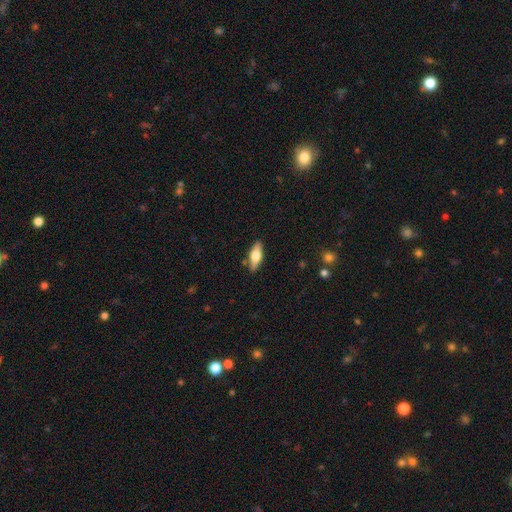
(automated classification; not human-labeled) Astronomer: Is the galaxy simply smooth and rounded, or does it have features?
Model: smooth — 56% (runner-up: featured or disk, 38%).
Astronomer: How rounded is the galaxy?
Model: in between — 62%.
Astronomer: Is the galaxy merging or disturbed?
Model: none — 85%.